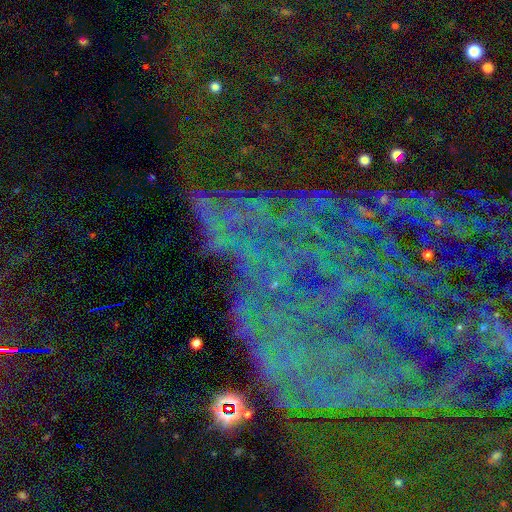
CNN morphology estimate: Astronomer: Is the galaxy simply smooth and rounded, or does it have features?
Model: star or artifact — 70%.